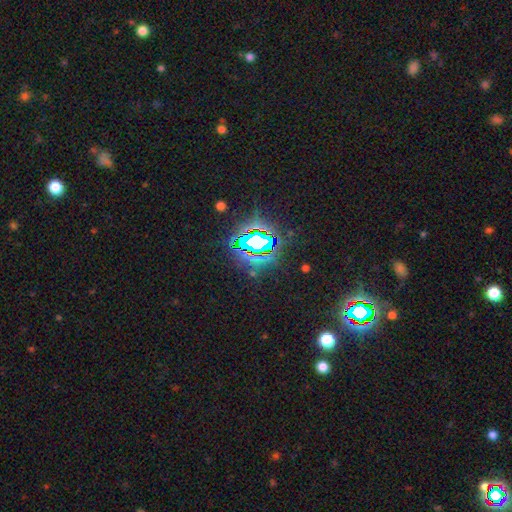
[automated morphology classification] star or artifact 83%, smooth 10%, featured or disk 7%.